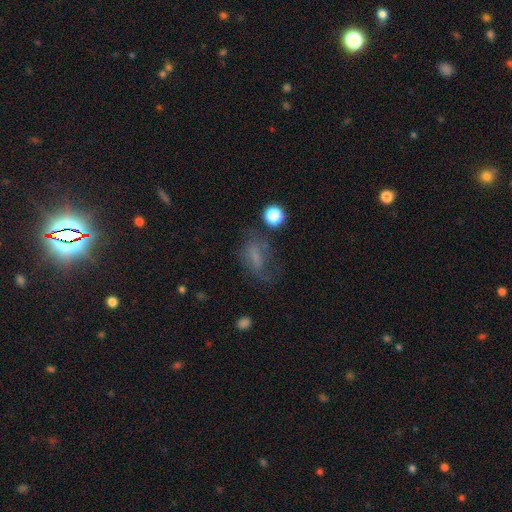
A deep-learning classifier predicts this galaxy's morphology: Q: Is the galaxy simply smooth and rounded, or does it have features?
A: smooth — 52%.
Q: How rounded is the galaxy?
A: in between — 76%.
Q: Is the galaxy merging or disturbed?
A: none — 47%.